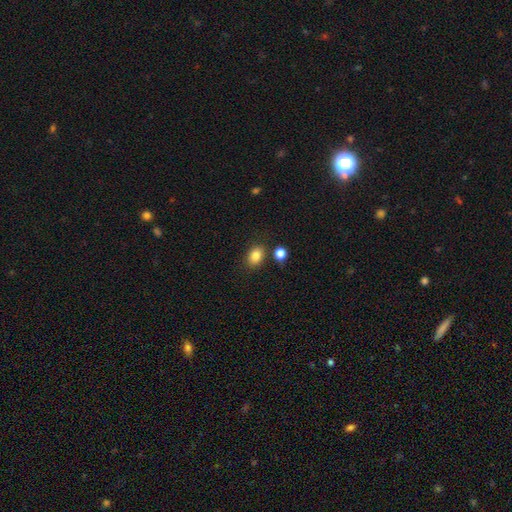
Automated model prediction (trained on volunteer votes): smooth_or_featured: smooth (p=0.84) [alt: star or artifact p=0.10]
how_rounded: in between (p=0.61) [alt: round p=0.38]
merging: none (p=0.78) [alt: minor disturbance p=0.11]